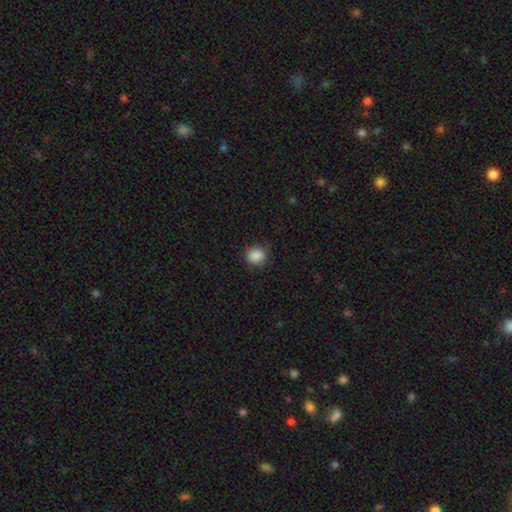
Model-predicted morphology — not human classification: Smooth or featured? smooth (87%)
How rounded? round (68%)
Merging? none (82%)